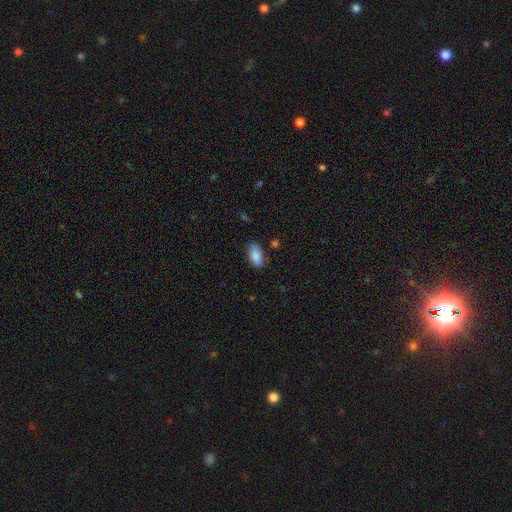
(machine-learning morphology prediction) smooth-or-featured: smooth: 87% | star or artifact: 7% | featured or disk: 6%
  how-rounded: in between: 90% | cigar-shaped: 8% | round: 3%
  merging: none: 79% | minor disturbance: 16% | major disturbance: 3% | merger: 2%